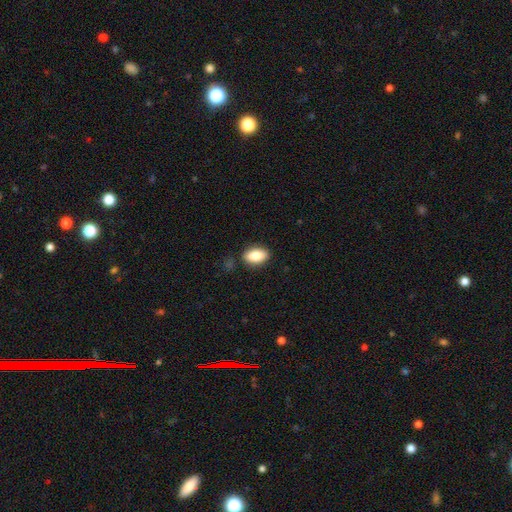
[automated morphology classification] smooth_or_featured: smooth (p=0.82) [alt: featured or disk p=0.10]
how_rounded: in between (p=0.89) [alt: round p=0.08]
merging: none (p=0.86) [alt: minor disturbance p=0.10]